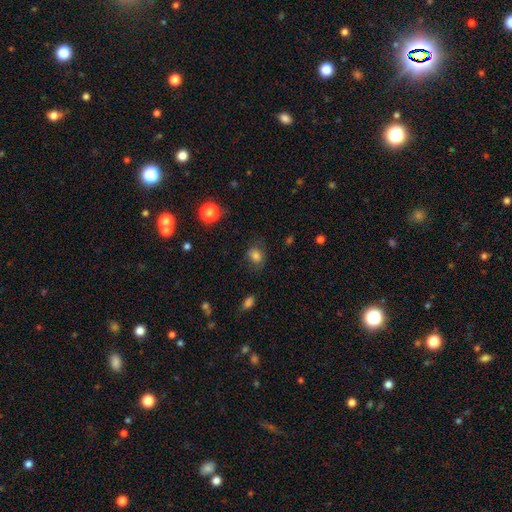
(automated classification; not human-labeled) This appears to be a smooth galaxy with no disk features (77%) that is in between round and cigar-shaped (54%). Merging: none (65%).